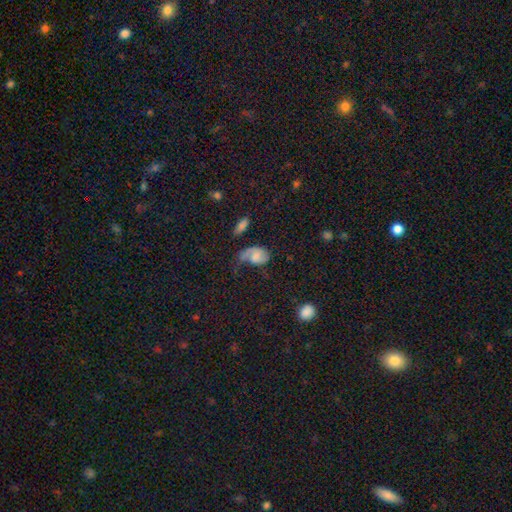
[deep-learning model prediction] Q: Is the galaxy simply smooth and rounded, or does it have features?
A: smooth — 51%.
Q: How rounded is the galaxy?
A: in between — 80%.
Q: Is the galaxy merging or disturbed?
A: major disturbance — 42%.